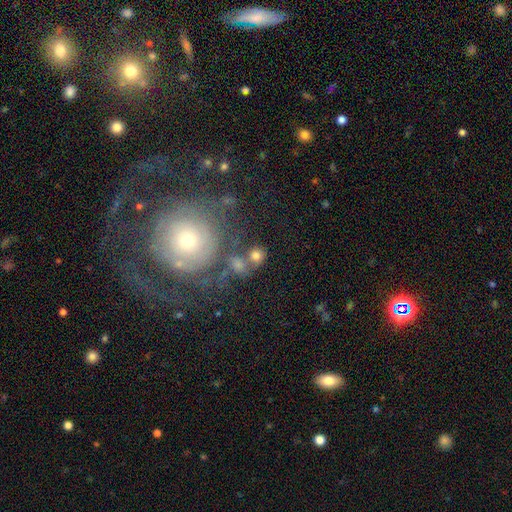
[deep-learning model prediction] Smooth or featured? smooth (70%)
How rounded? round (76%)
Merging? none (53%)